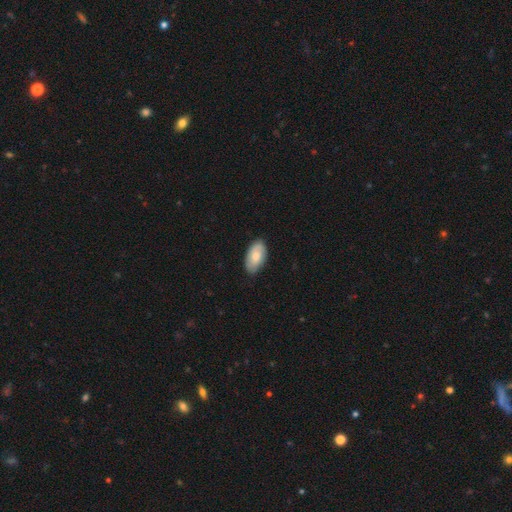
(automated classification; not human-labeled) Smooth or featured: smooth — 77% (featured or disk — 17%)
How rounded: in between — 95% (round — 3%)
Merging: none — 83% (minor disturbance — 14%)